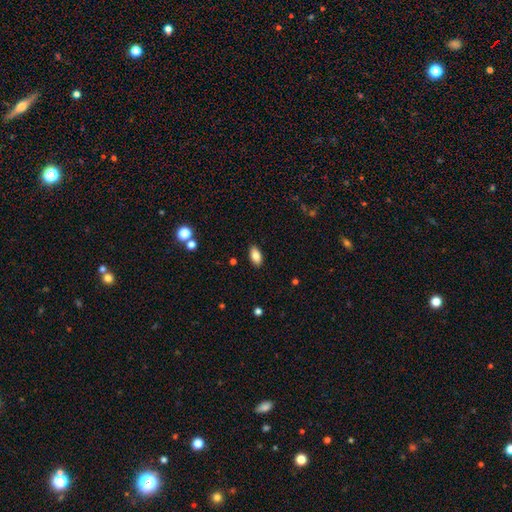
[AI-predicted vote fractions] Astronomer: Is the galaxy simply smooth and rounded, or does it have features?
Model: smooth — 84%.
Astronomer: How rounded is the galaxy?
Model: in between — 91%.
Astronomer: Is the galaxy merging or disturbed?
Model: none — 88%.